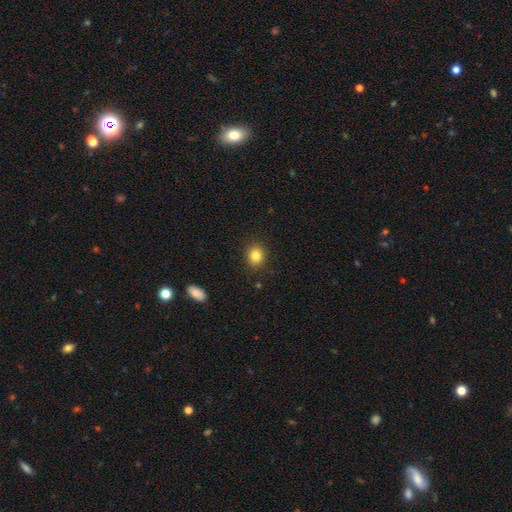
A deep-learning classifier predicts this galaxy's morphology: Smooth or featured? smooth (83%)
How rounded? round (68%)
Merging? none (89%)